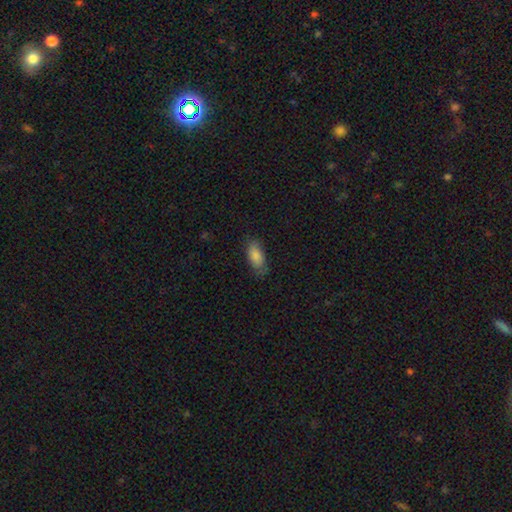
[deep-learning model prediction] Q: Smooth or featured?
A: smooth (84%); runner-up: featured or disk (9%)
Q: How rounded?
A: in between (88%); runner-up: cigar-shaped (9%)
Q: Merging?
A: none (70%); runner-up: minor disturbance (23%)